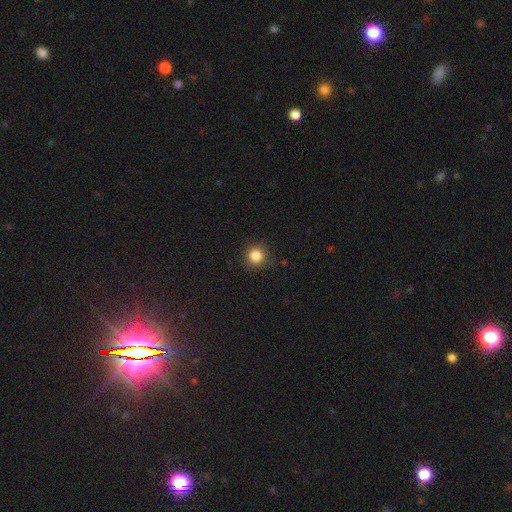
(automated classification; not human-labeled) Smooth or featured? smooth (85%)
How rounded? round (93%)
Merging? none (87%)